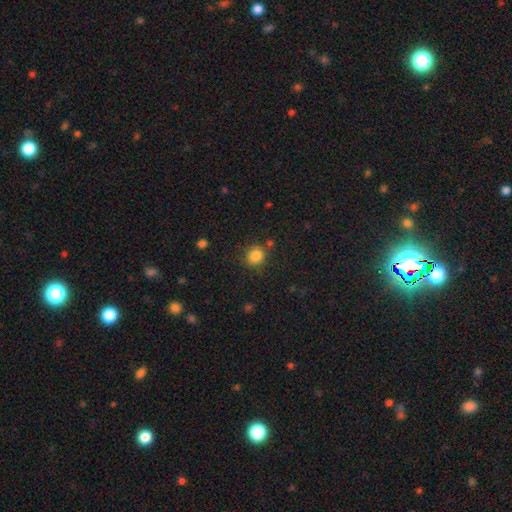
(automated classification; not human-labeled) Morphology: type=smooth (84%); roundness=round (82%); merging=none (80%).